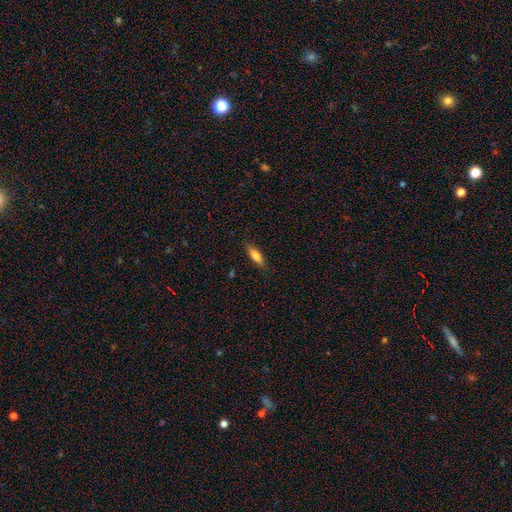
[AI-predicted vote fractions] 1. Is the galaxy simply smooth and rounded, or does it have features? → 77% smooth, 17% featured or disk, 7% star or artifact.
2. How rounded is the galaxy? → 54% cigar-shaped, 45% in between, 2% round.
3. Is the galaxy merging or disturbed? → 85% none, 11% minor disturbance, 3% major disturbance, 1% merger.